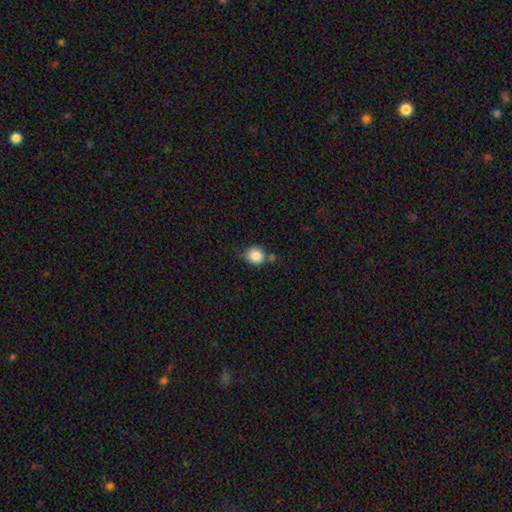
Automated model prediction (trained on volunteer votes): This is clearly a smooth galaxy (85%). How rounded: likely round (80%). Merging: likely none (61%).